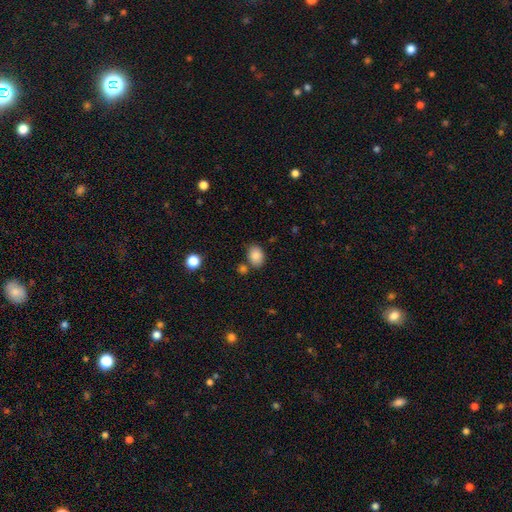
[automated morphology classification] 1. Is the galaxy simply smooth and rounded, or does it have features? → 86% smooth, 9% star or artifact, 6% featured or disk.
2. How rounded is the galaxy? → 74% in between, 25% round, 1% cigar-shaped.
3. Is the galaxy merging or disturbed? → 74% none, 13% minor disturbance, 9% merger, 3% major disturbance.